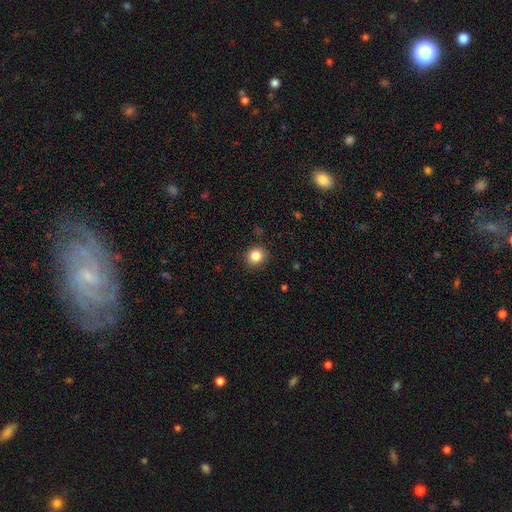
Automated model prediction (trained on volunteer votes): Q: Smooth or featured?
A: smooth (84%); runner-up: star or artifact (11%)
Q: How rounded?
A: round (87%); runner-up: in between (12%)
Q: Merging?
A: none (90%); runner-up: minor disturbance (7%)